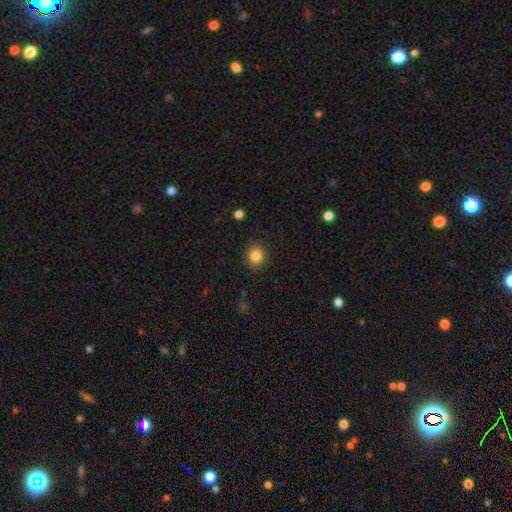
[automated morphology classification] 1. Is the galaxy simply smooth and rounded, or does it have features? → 85% smooth, 10% star or artifact, 4% featured or disk.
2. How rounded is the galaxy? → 81% round, 18% in between, 1% cigar-shaped.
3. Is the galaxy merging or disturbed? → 88% none, 8% minor disturbance, 2% major disturbance, 1% merger.